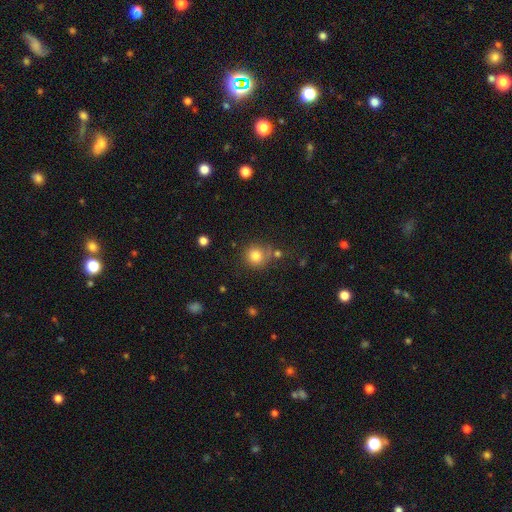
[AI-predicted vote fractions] A smooth galaxy with no disk features (81%) that is round (91%).

Vote fractions:
- Smooth or featured? smooth: 81% / star or artifact: 12% / featured or disk: 8%
- How rounded? round: 91% / in between: 8% / cigar-shaped: 1%
- Merging? none: 72% / minor disturbance: 13% / merger: 10% / major disturbance: 5%